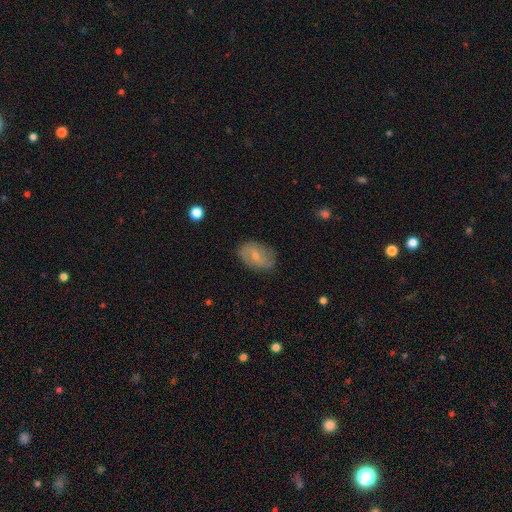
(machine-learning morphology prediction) Smooth or featured? smooth (50%)
How rounded? in between (84%)
Merging? none (77%)